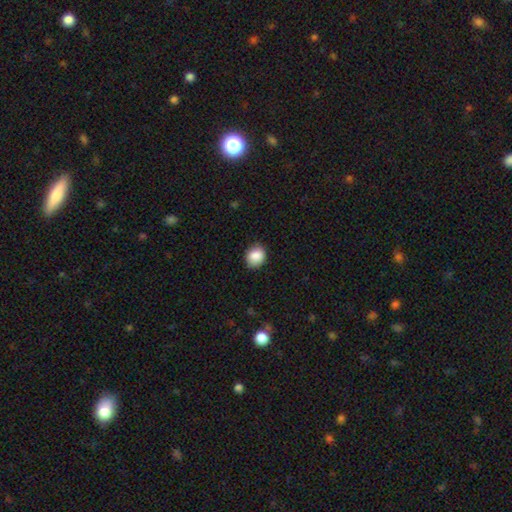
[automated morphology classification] type=smooth (87%); roundness=round (61%); merging=none (83%).